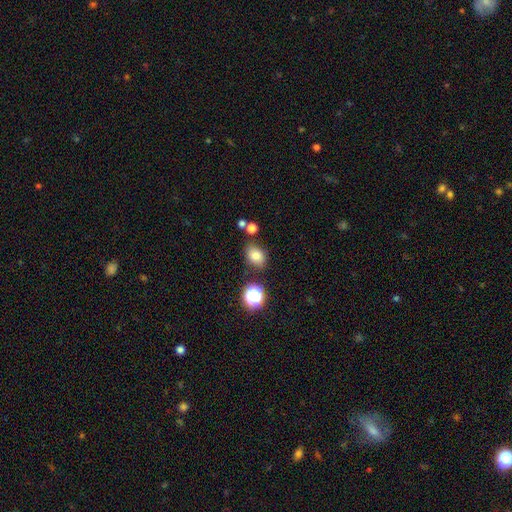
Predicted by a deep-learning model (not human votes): This is likely a smooth galaxy (77%). How rounded: likely in between (65%). Merging: likely none (76%).